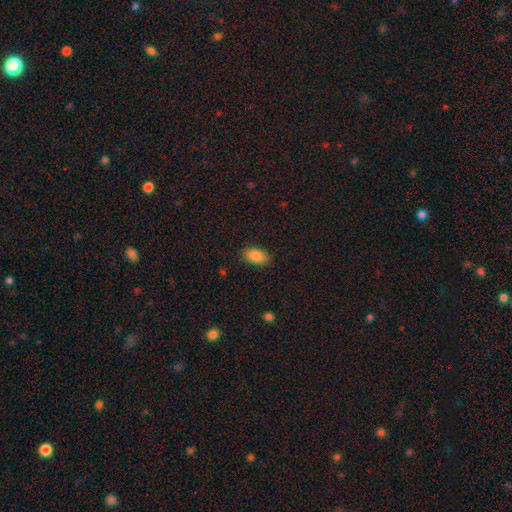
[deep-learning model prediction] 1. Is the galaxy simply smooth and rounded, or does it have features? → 86% smooth, 8% star or artifact, 6% featured or disk.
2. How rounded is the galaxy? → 92% in between, 6% round, 2% cigar-shaped.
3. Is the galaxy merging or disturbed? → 86% none, 10% minor disturbance, 3% major disturbance, 1% merger.